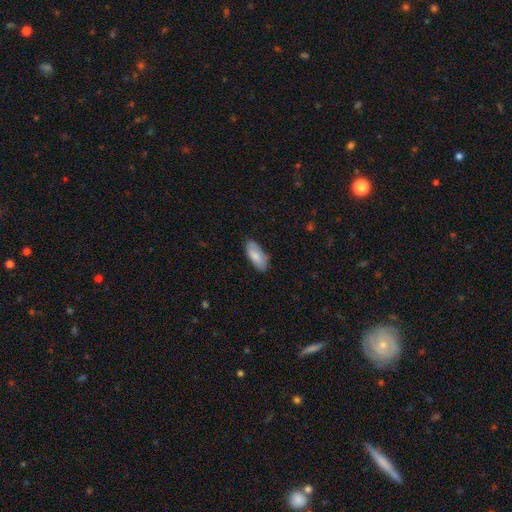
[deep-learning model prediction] This appears to be a smooth galaxy with no disk features (81%) that is in between round and cigar-shaped (86%). Merging: none (81%).